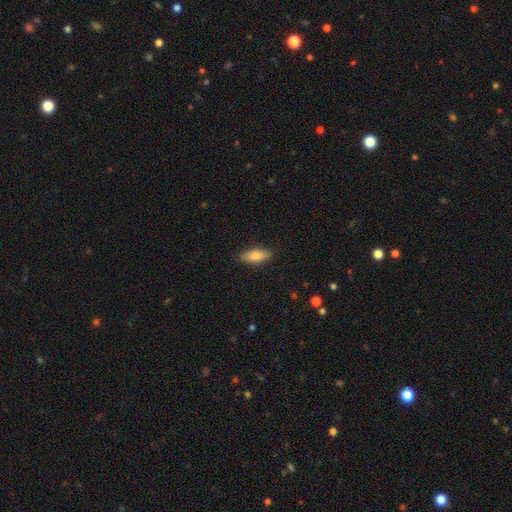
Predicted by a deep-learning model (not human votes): smooth 79%, featured or disk 14%, star or artifact 6%. Down the decision tree: how rounded — in between (71%); merging — none (87%).